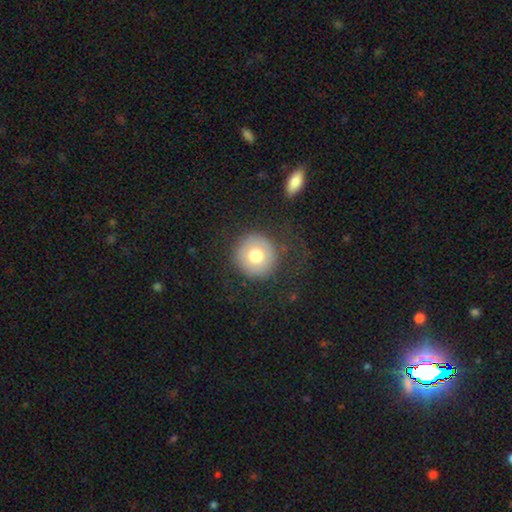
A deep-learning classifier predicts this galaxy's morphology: Smooth or featured: smooth — 72% (featured or disk — 19%)
How rounded: round — 95% (in between — 5%)
Merging: none — 75% (minor disturbance — 12%)